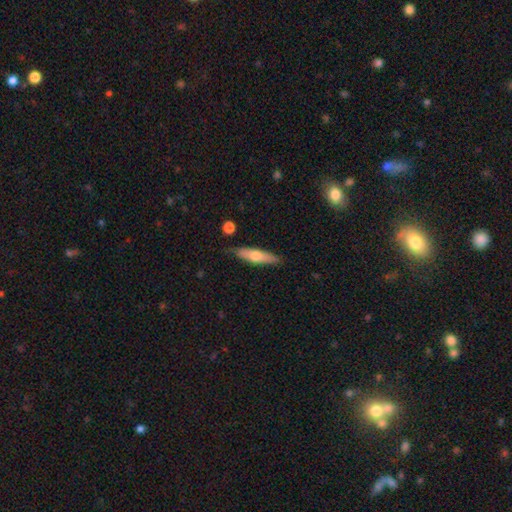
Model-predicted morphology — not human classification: The model was most divided on "smooth or featured": smooth: 57%, featured or disk: 37%, star or artifact: 6%. More confident: merging — none (81%); how rounded — cigar-shaped (71%).